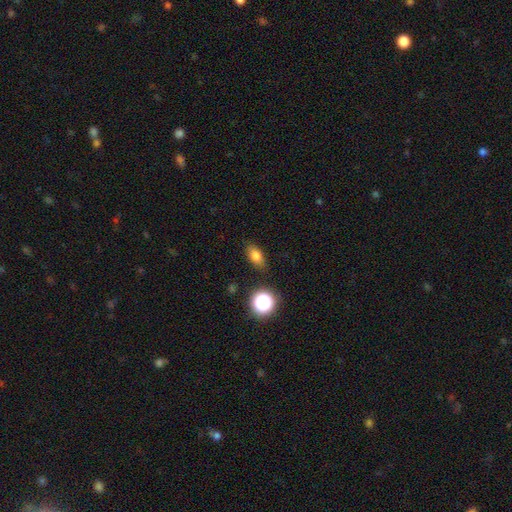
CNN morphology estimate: Smooth or featured? Predicted: smooth (p=0.78). How rounded? Predicted: in between (p=0.80). Merging? Predicted: none (p=0.85).